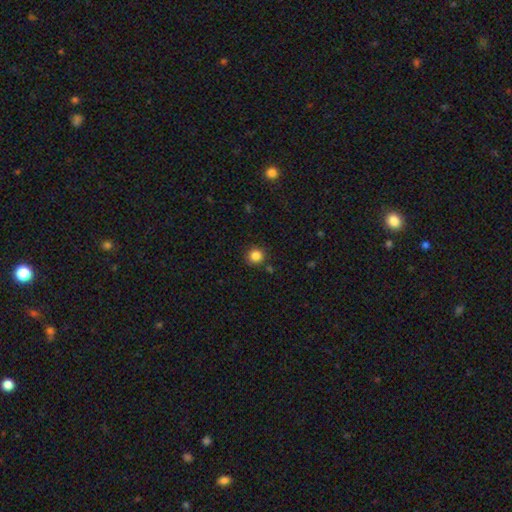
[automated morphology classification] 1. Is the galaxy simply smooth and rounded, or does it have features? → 84% smooth, 12% star or artifact, 4% featured or disk.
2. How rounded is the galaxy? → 92% round, 7% in between, 1% cigar-shaped.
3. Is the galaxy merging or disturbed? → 88% none, 7% minor disturbance, 3% merger, 2% major disturbance.